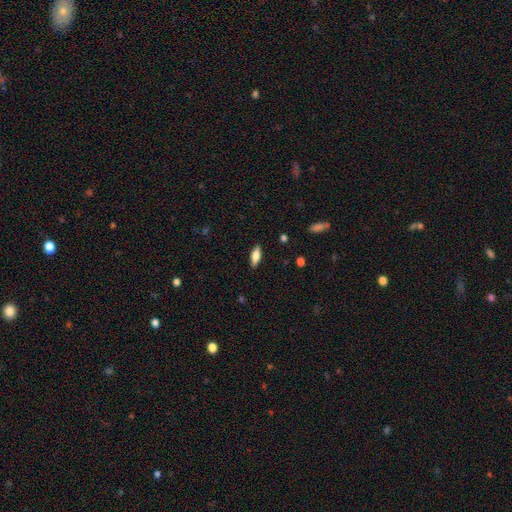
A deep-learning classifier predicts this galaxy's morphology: type=smooth (67%); roundness=in between (66%); merging=none (87%).